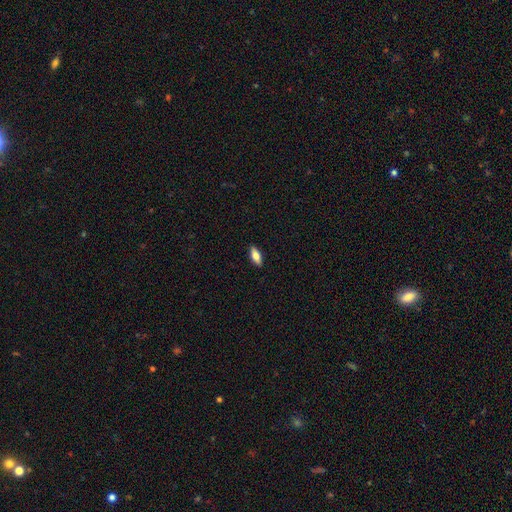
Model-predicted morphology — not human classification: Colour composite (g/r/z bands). It shows a smooth galaxy with no disk features (72%) that is in between round and cigar-shaped (72%). Merging: none (90%).